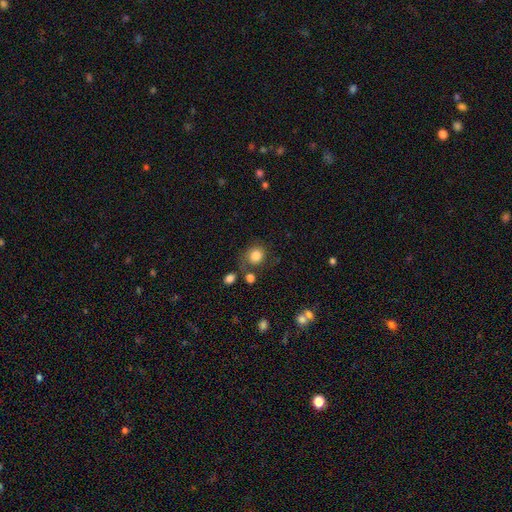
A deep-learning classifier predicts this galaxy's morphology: smooth-or-featured: smooth: 83% | star or artifact: 10% | featured or disk: 8%
  how-rounded: round: 77% | in between: 22% | cigar-shaped: 1%
  merging: none: 64% | minor disturbance: 19% | merger: 9% | major disturbance: 8%